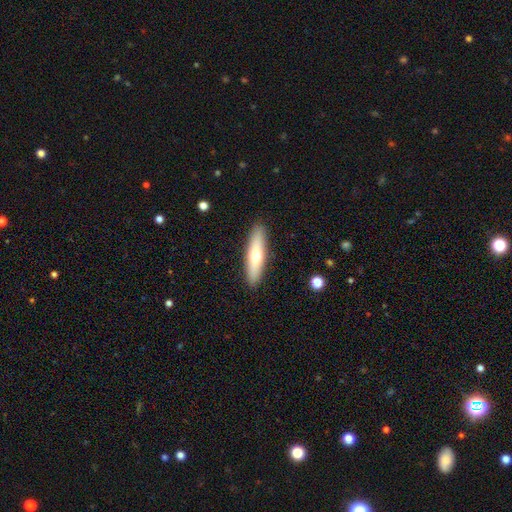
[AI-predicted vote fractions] The model was most divided on "smooth or featured": smooth: 57%, featured or disk: 38%, star or artifact: 6%. More confident: merging — none (91%); how rounded — cigar-shaped (73%).